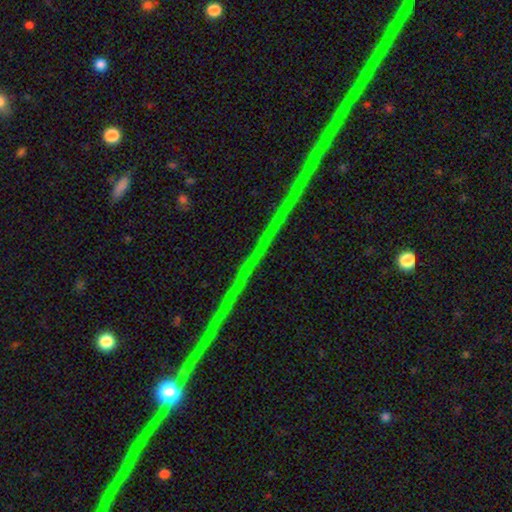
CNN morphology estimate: smooth_or_featured: star or artifact (p=0.82) [alt: featured or disk p=0.13]